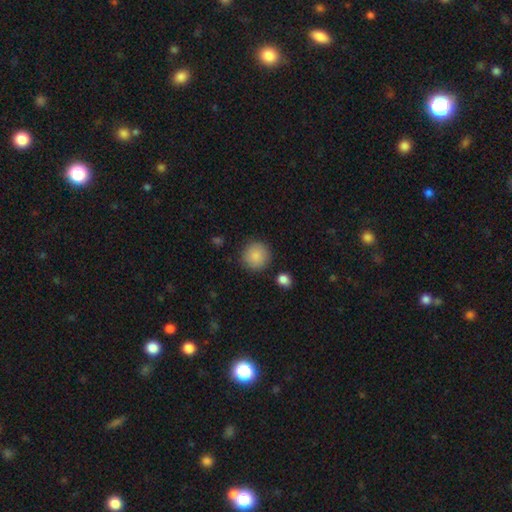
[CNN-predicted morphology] This is clearly a smooth galaxy (87%). How rounded: clearly round (94%). Merging: clearly none (88%).